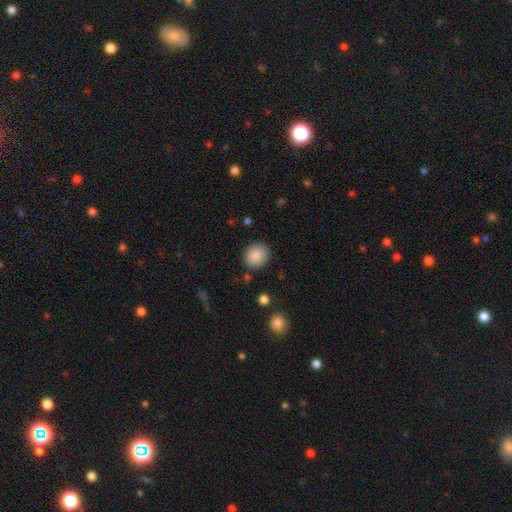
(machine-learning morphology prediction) This is clearly a smooth galaxy (88%). How rounded: likely round (80%). Merging: clearly none (86%).